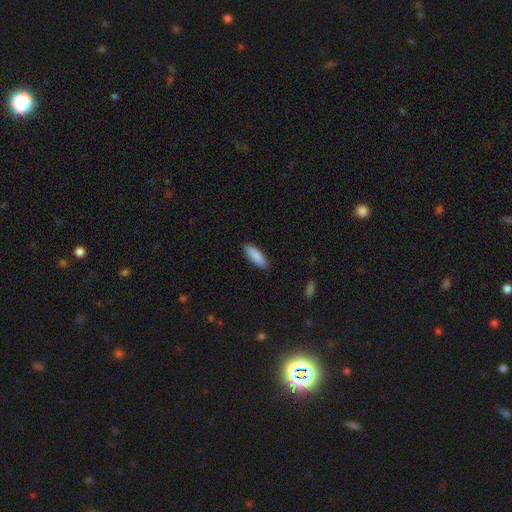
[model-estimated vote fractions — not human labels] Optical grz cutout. It shows a smooth galaxy with no disk features (89%) that is in between round and cigar-shaped (51%). Merging: none (89%).